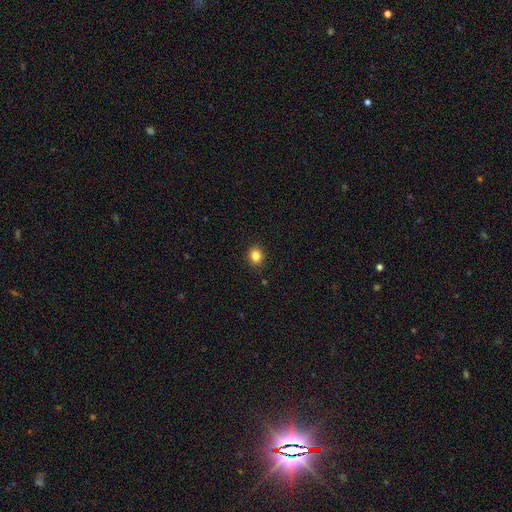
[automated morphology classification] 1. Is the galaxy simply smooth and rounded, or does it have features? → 84% smooth, 11% star or artifact, 5% featured or disk.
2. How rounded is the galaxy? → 71% round, 28% in between, 1% cigar-shaped.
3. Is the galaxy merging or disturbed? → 89% none, 8% minor disturbance, 2% major disturbance, 1% merger.